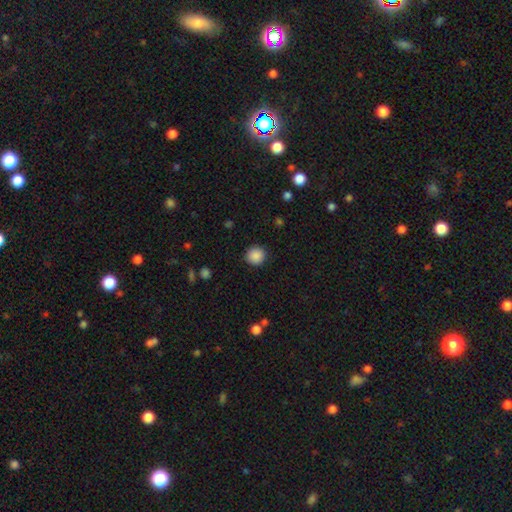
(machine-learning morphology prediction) Smooth or featured?
  - smooth: 88% *
  - star or artifact: 9%
  - featured or disk: 3%
How rounded?
  - round: 92% *
  - in between: 7%
  - cigar-shaped: 1%
Merging?
  - none: 90% *
  - minor disturbance: 6%
  - major disturbance: 2%
  - merger: 1%